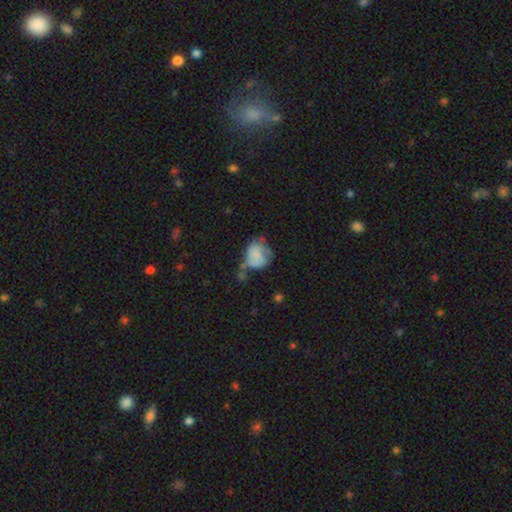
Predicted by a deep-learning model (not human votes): Q: Smooth or featured?
A: smooth (65%); runner-up: featured or disk (26%)
Q: How rounded?
A: in between (50%); runner-up: round (49%)
Q: Merging?
A: minor disturbance (31%); runner-up: major disturbance (29%)